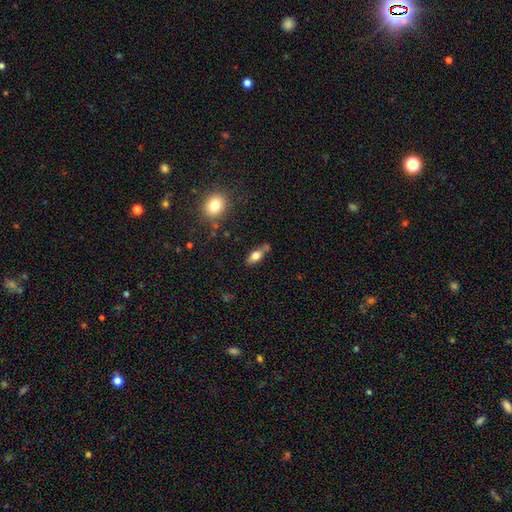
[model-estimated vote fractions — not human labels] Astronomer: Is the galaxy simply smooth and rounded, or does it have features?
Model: smooth — 72%.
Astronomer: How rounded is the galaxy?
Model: in between — 81%.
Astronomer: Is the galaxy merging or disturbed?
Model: none — 61%.